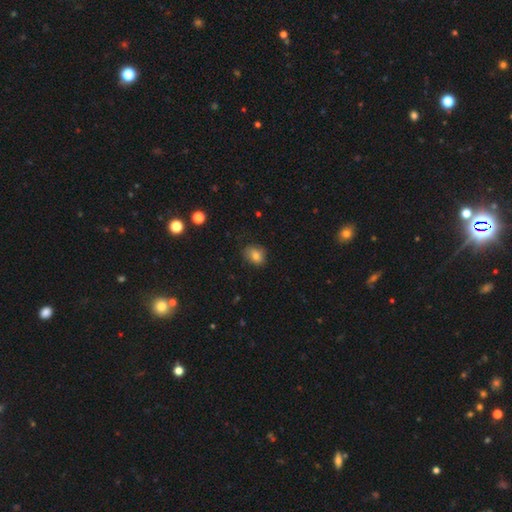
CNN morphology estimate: This is likely a smooth galaxy (76%). How rounded: possibly in between (54%). Merging: likely none (71%).